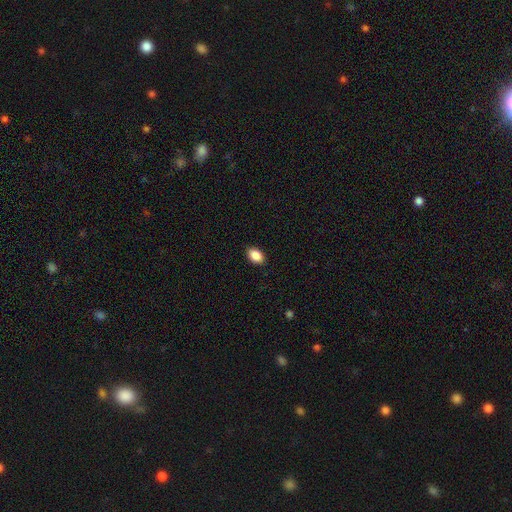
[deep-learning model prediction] Smooth or featured?
  - smooth: 89% *
  - star or artifact: 8%
  - featured or disk: 4%
How rounded?
  - in between: 88% *
  - round: 11%
  - cigar-shaped: 1%
Merging?
  - none: 88% *
  - minor disturbance: 9%
  - major disturbance: 2%
  - merger: 1%